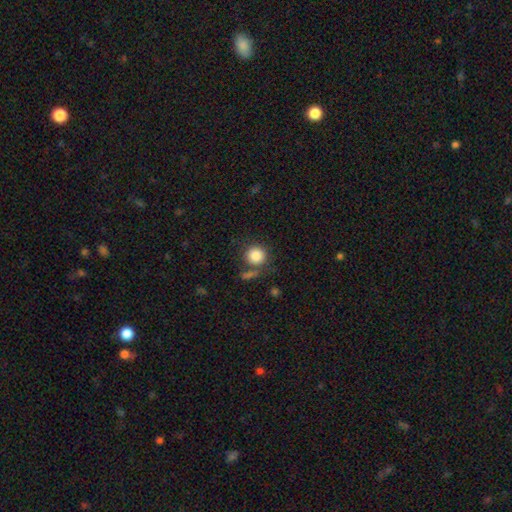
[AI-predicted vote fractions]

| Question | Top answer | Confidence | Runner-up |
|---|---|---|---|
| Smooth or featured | smooth | 86% | star or artifact (9%) |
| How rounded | round | 92% | in between (7%) |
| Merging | none | 72% | merger (11%) |